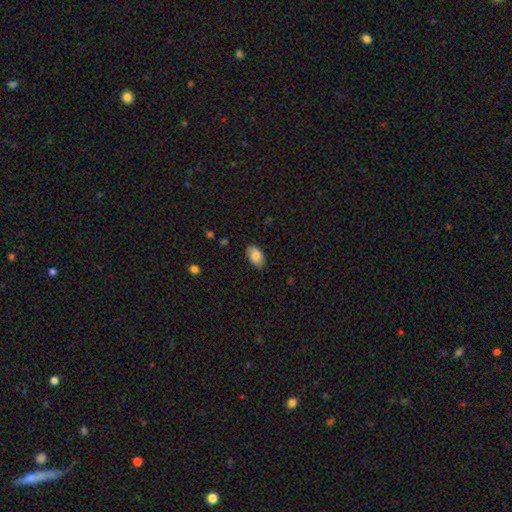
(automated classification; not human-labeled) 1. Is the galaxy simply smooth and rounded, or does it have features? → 82% smooth, 11% featured or disk, 7% star or artifact.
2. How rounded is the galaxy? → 92% in between, 7% round, 1% cigar-shaped.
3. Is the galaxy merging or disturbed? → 82% none, 14% minor disturbance, 3% major disturbance, 1% merger.